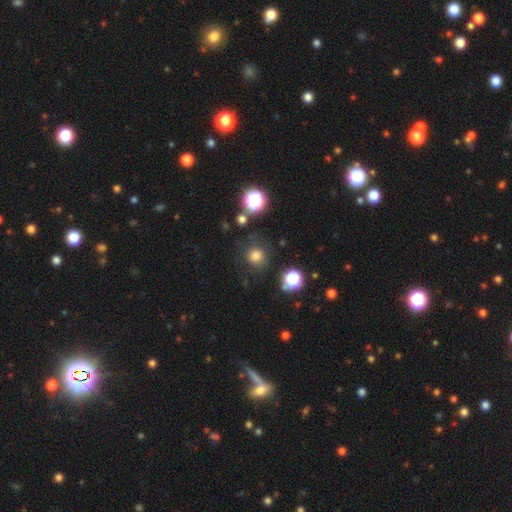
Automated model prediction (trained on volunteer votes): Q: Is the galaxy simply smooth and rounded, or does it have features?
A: smooth — 74%.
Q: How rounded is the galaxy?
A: round — 91%.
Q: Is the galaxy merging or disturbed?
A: none — 78%.